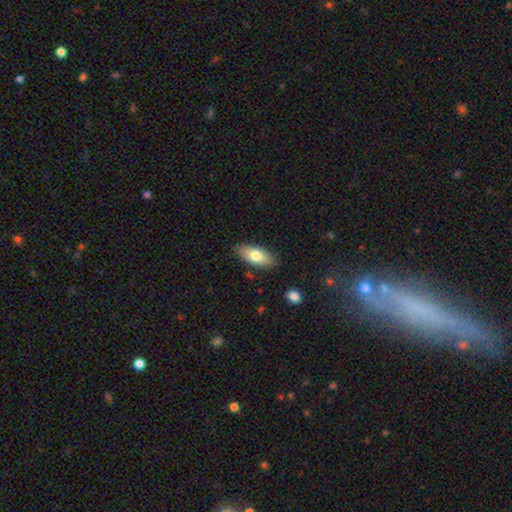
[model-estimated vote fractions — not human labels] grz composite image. It shows a smooth galaxy with no disk features (72%) that is in between round and cigar-shaped (85%). Merging: none (85%).